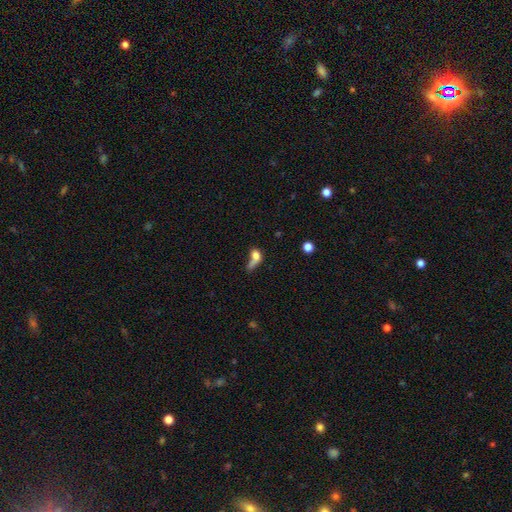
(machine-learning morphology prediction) This is likely a smooth galaxy (66%). How rounded: possibly in between (56%). Merging: marginally merger (36%).